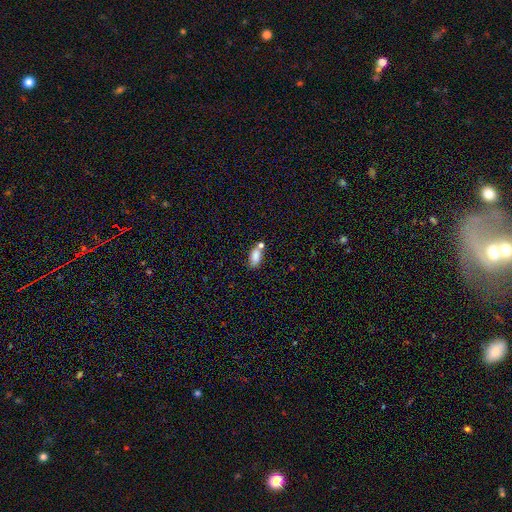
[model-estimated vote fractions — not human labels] This is clearly a smooth galaxy (83%). How rounded: clearly in between (88%). Merging: possibly none (56%).